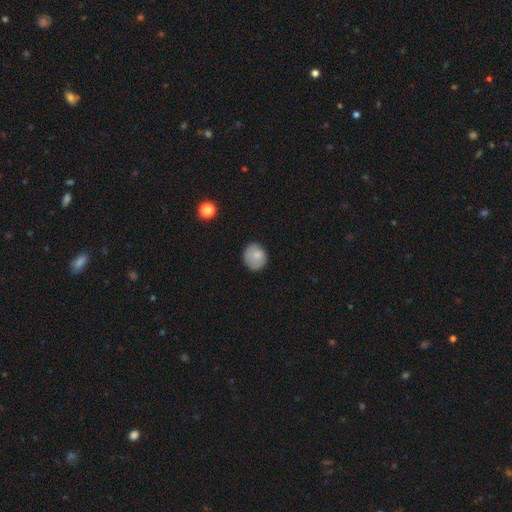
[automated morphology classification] Smooth or featured? Predicted: smooth (p=0.81). How rounded? Predicted: round (p=0.79). Merging? Predicted: none (p=0.78).